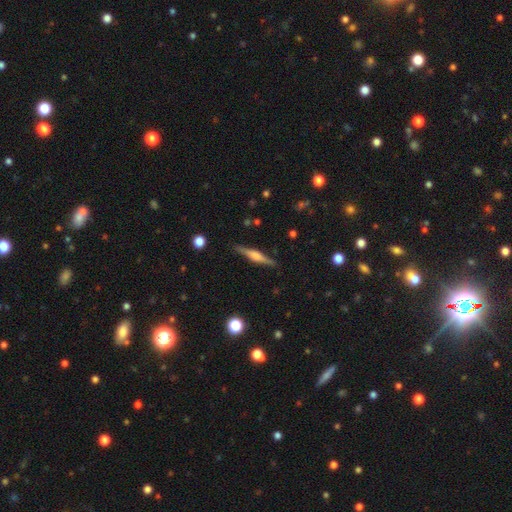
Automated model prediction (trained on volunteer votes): smooth-or-featured: featured or disk: 69% | smooth: 24% | star or artifact: 7%
  disk-edge-on: yes: 98% | no: 2%
    edge-on-bulge: rounded: 64% | boxy: 29% | none: 6%
  merging: none: 89% | minor disturbance: 8% | major disturbance: 2% | merger: 1%